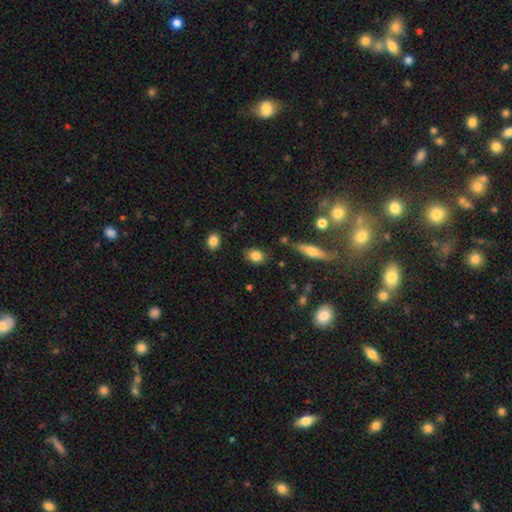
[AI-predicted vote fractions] Morphology: type=smooth (83%); roundness=in between (59%); merging=none (82%).